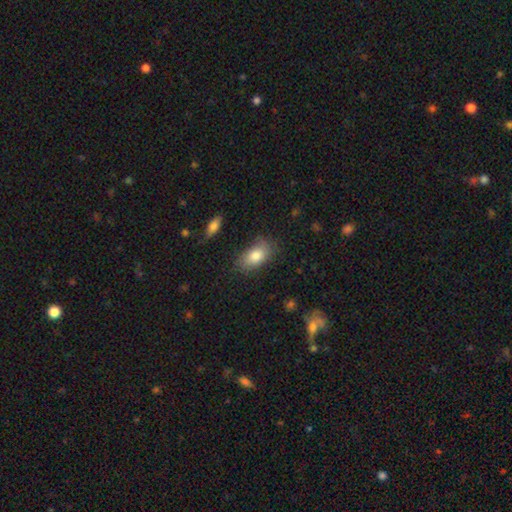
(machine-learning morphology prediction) The model was most divided on "merging": none: 74%, minor disturbance: 19%, major disturbance: 5%, merger: 2%. More confident: how rounded — in between (91%); smooth or featured — smooth (81%).